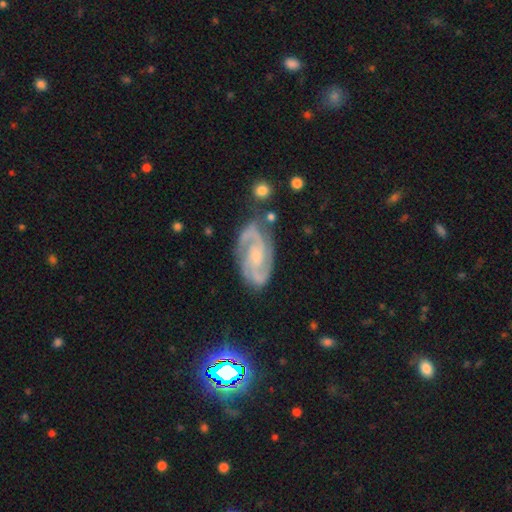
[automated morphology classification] smooth-or-featured: featured or disk: 88% | star or artifact: 6% | smooth: 6%
  disk-edge-on: no: 97% | yes: 3%
    bar: no: 52% | weak: 38% | strong: 11%
    has-spiral-arms: yes: 98% | no: 2%
      spiral-winding: medium: 47% | tight: 44% | loose: 9%
      spiral-arm-count: 2: 85% | 3: 6% | can't tell: 4% | 1: 2% | 4: 2% | more than 4: 1%
    bulge-size: small: 56% | moderate: 28% | none: 13% | large: 2% | dominant: 1%
  merging: none: 77% | minor disturbance: 16% | major disturbance: 5% | merger: 3%